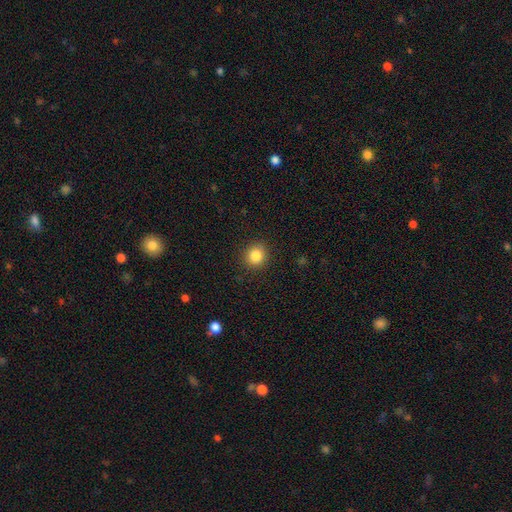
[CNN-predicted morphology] Q: Smooth or featured?
A: smooth (84%); runner-up: star or artifact (11%)
Q: How rounded?
A: round (84%); runner-up: in between (15%)
Q: Merging?
A: none (90%); runner-up: minor disturbance (7%)